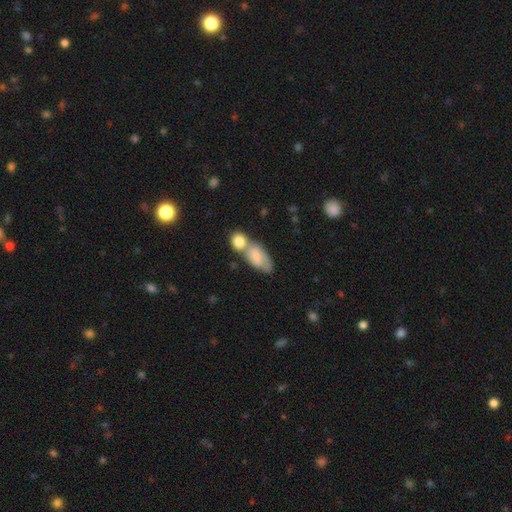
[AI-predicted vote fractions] Overall: smooth (68%). How rounded: in between (86%). Merging: merger (61%; none 22%).